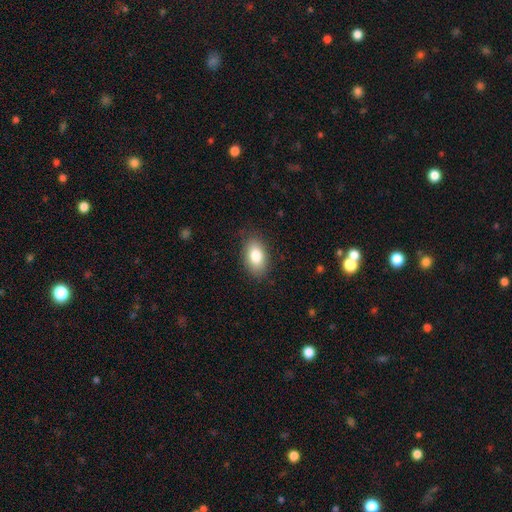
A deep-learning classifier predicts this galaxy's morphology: smooth_or_featured: smooth (p=0.82) [alt: featured or disk p=0.11]
how_rounded: in between (p=0.91) [alt: round p=0.07]
merging: none (p=0.84) [alt: minor disturbance p=0.12]